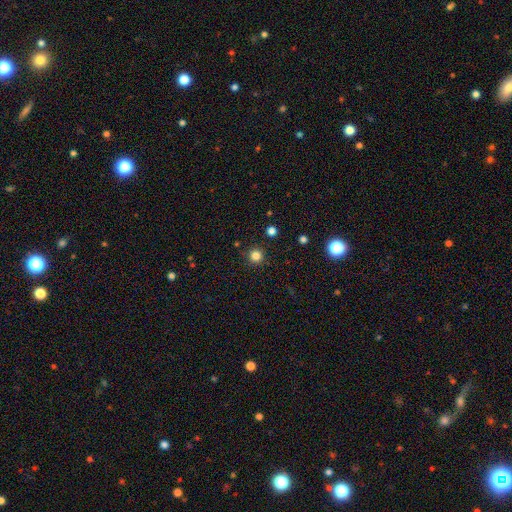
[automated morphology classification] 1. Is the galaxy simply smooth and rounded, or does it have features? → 82% smooth, 14% star or artifact, 4% featured or disk.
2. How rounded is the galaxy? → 95% round, 4% in between, 1% cigar-shaped.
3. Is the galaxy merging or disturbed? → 91% none, 5% minor disturbance, 2% major disturbance, 2% merger.